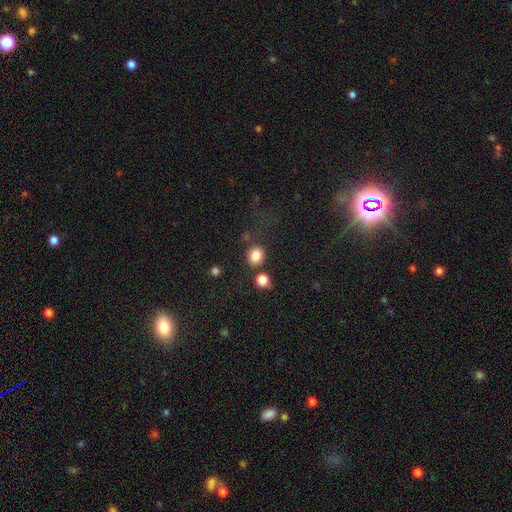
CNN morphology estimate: Overall: smooth (83%). How rounded: round (69%; in between 30%). Merging: none (73%).